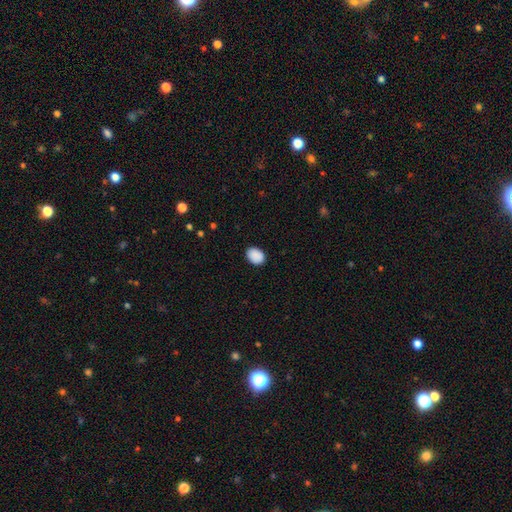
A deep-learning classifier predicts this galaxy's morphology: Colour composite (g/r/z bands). It shows a smooth galaxy with no disk features (90%) that is in between round and cigar-shaped (71%). Merging: none (88%).